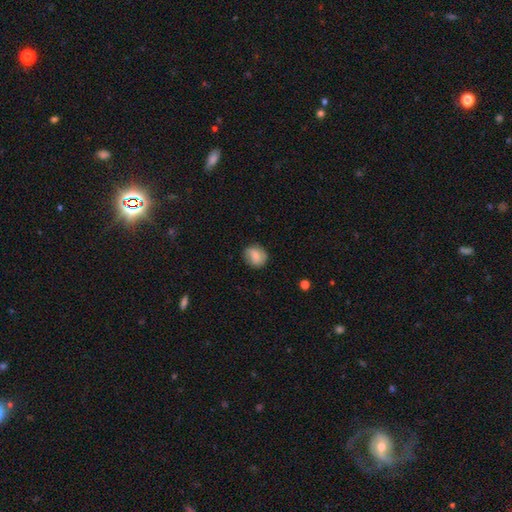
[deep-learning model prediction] Smooth or featured?
  - smooth: 77% *
  - featured or disk: 16%
  - star or artifact: 8%
How rounded?
  - round: 75% *
  - in between: 24%
  - cigar-shaped: 1%
Merging?
  - none: 83% *
  - minor disturbance: 13%
  - major disturbance: 3%
  - merger: 1%